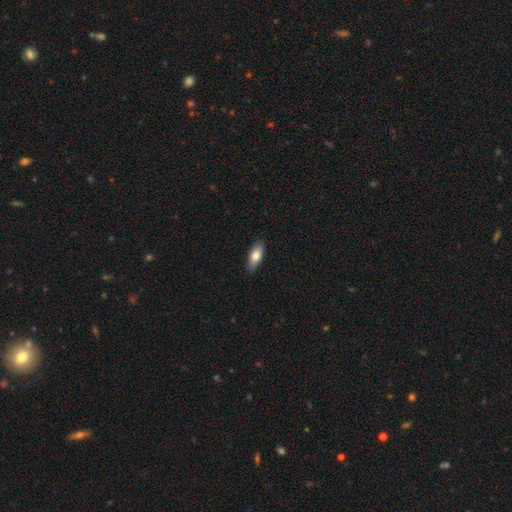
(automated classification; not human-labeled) Smooth or featured: smooth — 74% (featured or disk — 19%)
How rounded: in between — 74% (cigar-shaped — 24%)
Merging: none — 88% (minor disturbance — 9%)